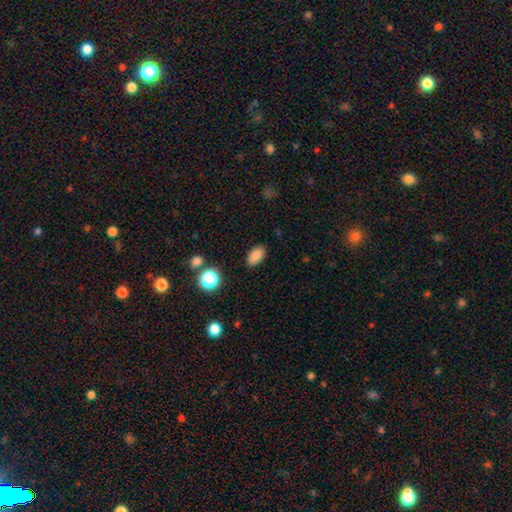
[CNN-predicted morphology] The model was most divided on "smooth or featured": smooth: 84%, star or artifact: 11%, featured or disk: 5%. More confident: how rounded — in between (90%); merging — none (87%).